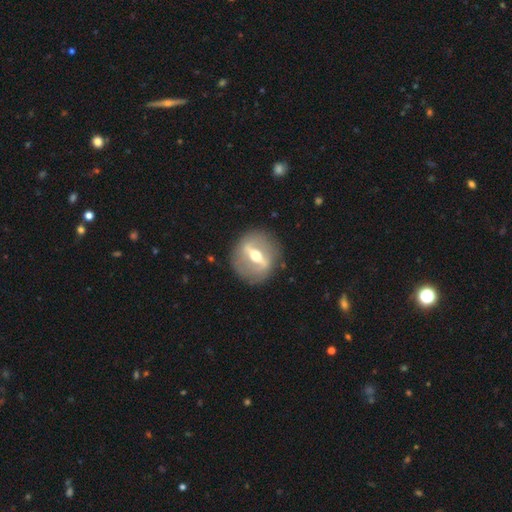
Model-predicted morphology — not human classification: The model was most divided on "edge-on disk": no: 68%, yes: 32%. More confident: merging — none (86%); smooth or featured — featured or disk (79%); bar — strong (78%); spiral arms — no (76%); bulge size — moderate (75%).